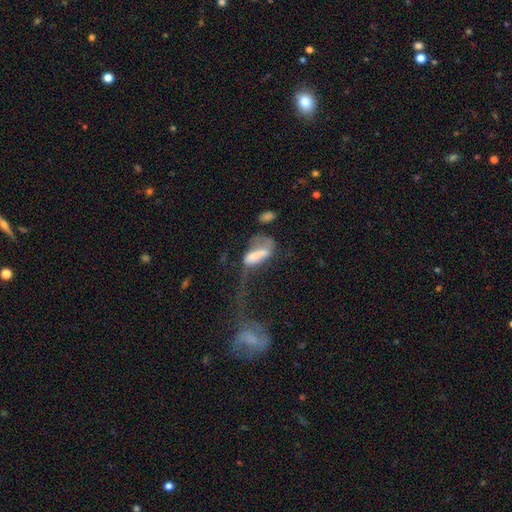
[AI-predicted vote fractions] Smooth or featured? smooth (54%)
How rounded? in between (73%)
Merging? major disturbance (57%)